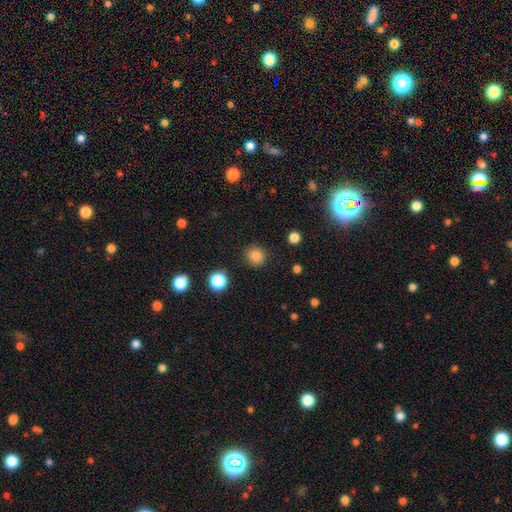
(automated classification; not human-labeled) smooth_or_featured: smooth (p=0.83) [alt: star or artifact p=0.12]
how_rounded: round (p=0.91) [alt: in between p=0.08]
merging: none (p=0.89) [alt: minor disturbance p=0.07]